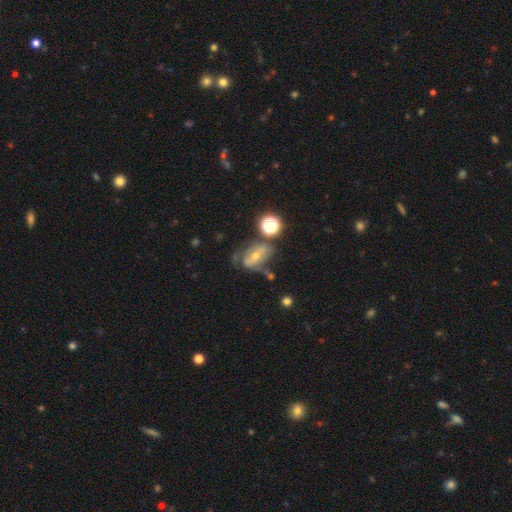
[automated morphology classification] Overall: featured or disk (53%; smooth 25%). Edge-on disk: no (91%). Merging: none (48%; minor disturbance 23%).